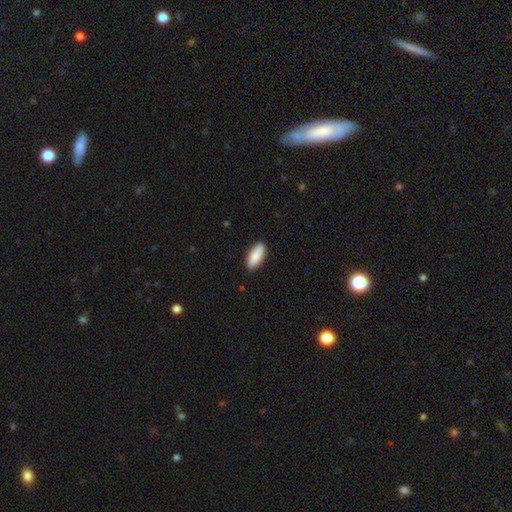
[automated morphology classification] The model was most divided on "how rounded": in between: 81%, cigar-shaped: 17%, round: 2%. More confident: merging — none (89%); smooth or featured — smooth (86%).